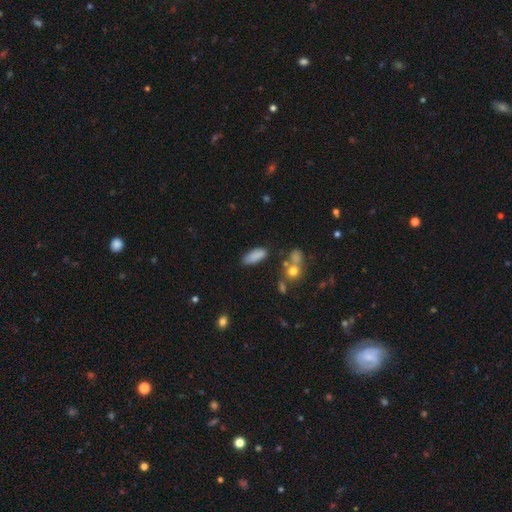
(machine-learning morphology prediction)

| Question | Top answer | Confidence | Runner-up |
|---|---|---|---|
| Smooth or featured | smooth | 85% | star or artifact (9%) |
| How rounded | in between | 75% | cigar-shaped (23%) |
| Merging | none | 75% | minor disturbance (16%) |